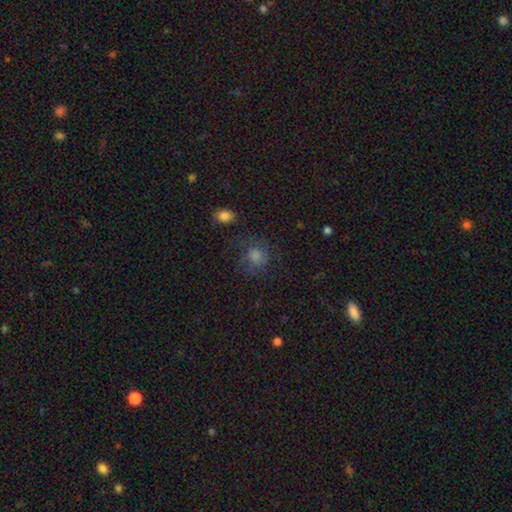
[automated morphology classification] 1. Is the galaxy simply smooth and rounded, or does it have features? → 56% smooth, 22% star or artifact, 22% featured or disk.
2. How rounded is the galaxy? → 81% round, 18% in between, 1% cigar-shaped.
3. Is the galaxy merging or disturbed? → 67% none, 18% minor disturbance, 14% major disturbance, 2% merger.